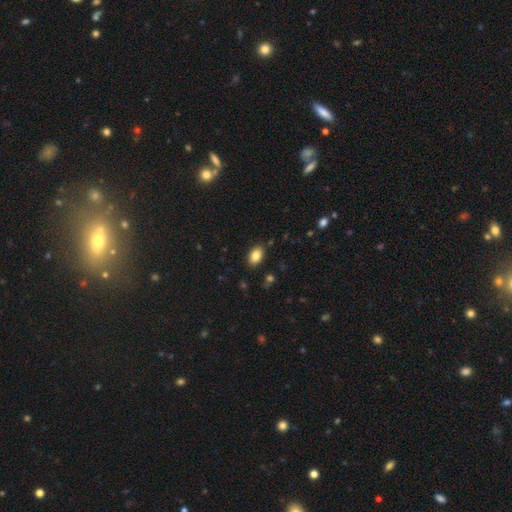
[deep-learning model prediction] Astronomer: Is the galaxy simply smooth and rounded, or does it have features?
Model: smooth — 84%.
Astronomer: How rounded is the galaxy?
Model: in between — 89%.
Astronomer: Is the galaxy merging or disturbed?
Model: none — 87%.